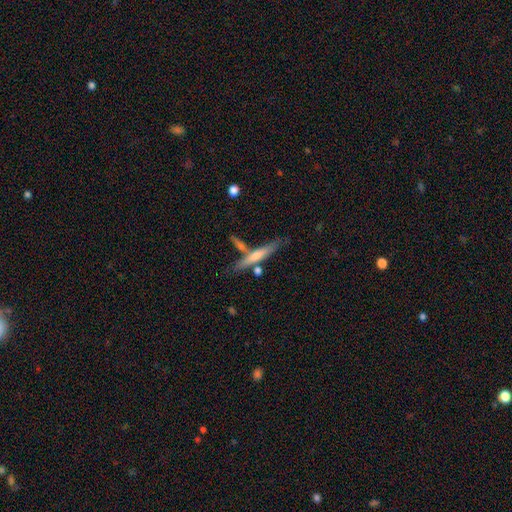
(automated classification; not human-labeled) Morphology: type=featured or disk (49%); merging=none (70%).